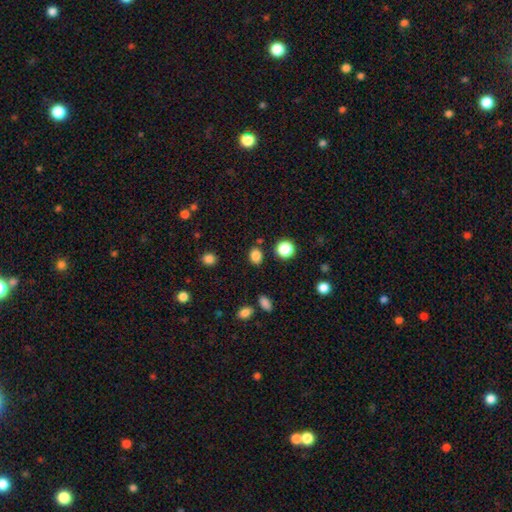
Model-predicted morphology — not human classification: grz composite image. It shows a smooth galaxy with no disk features (83%) that is round (55%). Merging: none (82%).